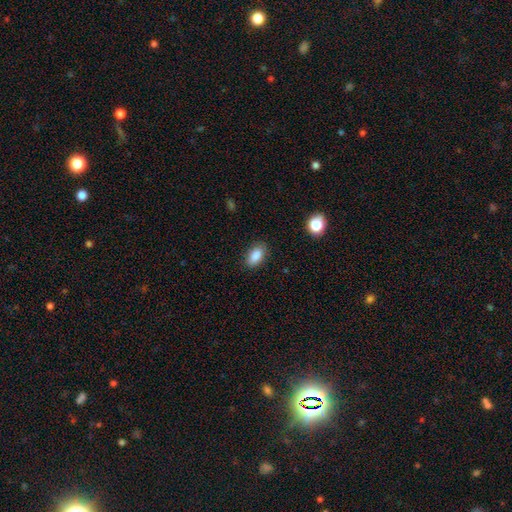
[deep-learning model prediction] Q: Smooth or featured?
A: smooth (87%); runner-up: star or artifact (8%)
Q: How rounded?
A: in between (91%); runner-up: round (6%)
Q: Merging?
A: none (85%); runner-up: minor disturbance (11%)